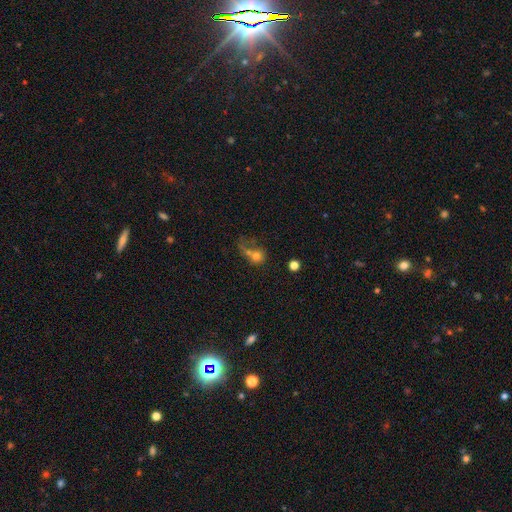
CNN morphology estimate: The model was most divided on "merging": merger: 42%, none: 26%, major disturbance: 20%, minor disturbance: 11%. More confident: how rounded — round (75%); smooth or featured — smooth (66%).